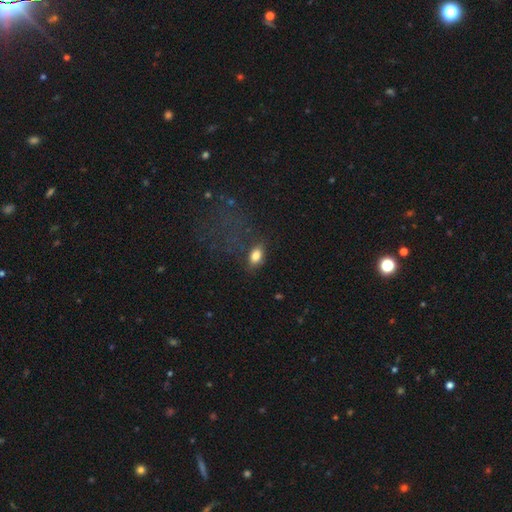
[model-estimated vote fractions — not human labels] This is clearly a smooth galaxy (82%). How rounded: clearly in between (87%). Merging: likely none (72%).